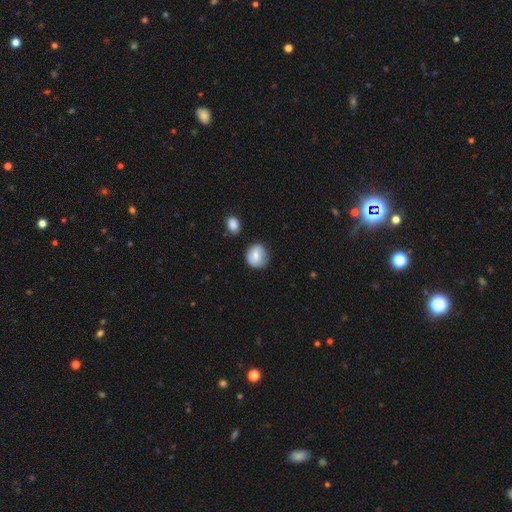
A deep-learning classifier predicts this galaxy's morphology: smooth_or_featured: smooth (p=0.72) [alt: featured or disk p=0.20]
how_rounded: round (p=0.77) [alt: in between p=0.22]
merging: none (p=0.76) [alt: minor disturbance p=0.17]